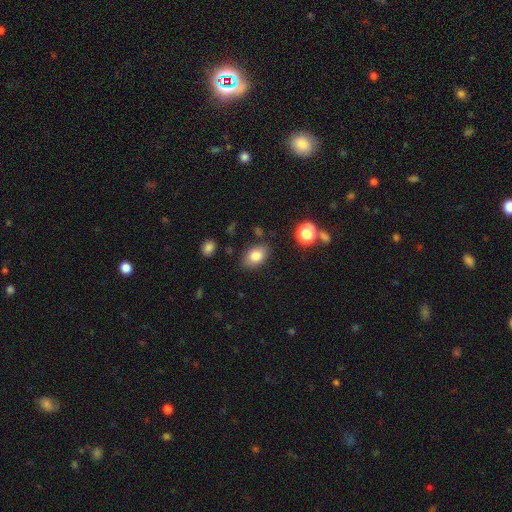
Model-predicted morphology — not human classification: smooth 81%, featured or disk 10%, star or artifact 9%. Down the decision tree: how rounded — in between (84%); merging — none (82%).